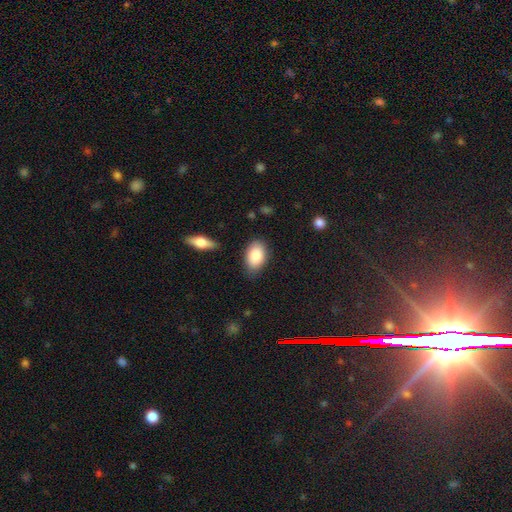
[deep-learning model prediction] A smooth galaxy with no disk features (86%) that is in between round and cigar-shaped (92%).

Vote fractions:
- Smooth or featured? smooth: 86% / featured or disk: 7% / star or artifact: 6%
- How rounded? in between: 92% / round: 6% / cigar-shaped: 2%
- Merging? none: 78% / minor disturbance: 16% / major disturbance: 3% / merger: 2%